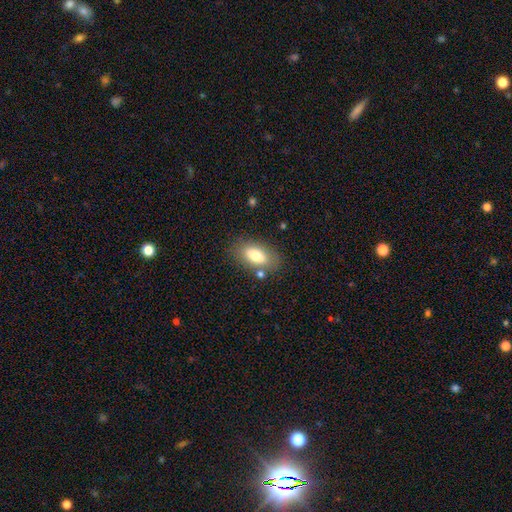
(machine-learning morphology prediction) The model was most divided on "smooth or featured": smooth: 74%, featured or disk: 18%, star or artifact: 8%. More confident: how rounded — in between (89%); merging — none (76%).